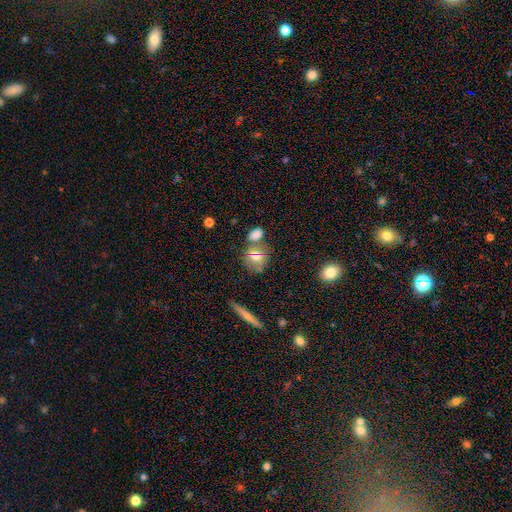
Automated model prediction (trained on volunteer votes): smooth_or_featured: smooth (p=0.66) [alt: featured or disk p=0.19]
how_rounded: round (p=0.58) [alt: in between p=0.38]
merging: none (p=0.58) [alt: merger p=0.23]